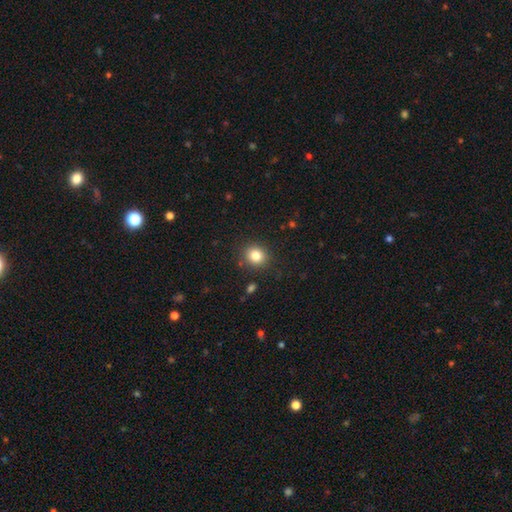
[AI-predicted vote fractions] Smooth or featured? Predicted: smooth (p=0.83). How rounded? Predicted: round (p=0.77). Merging? Predicted: none (p=0.88).